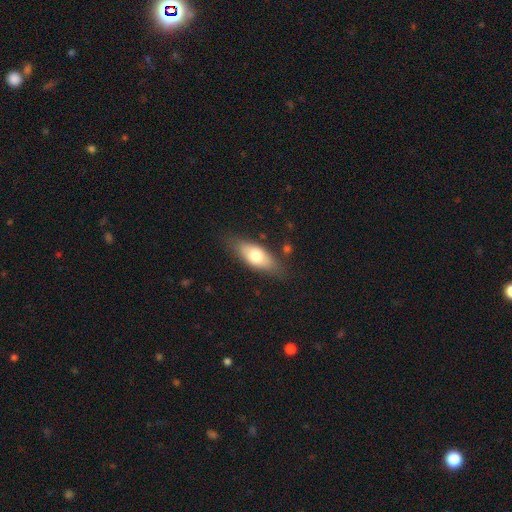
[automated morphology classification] A smooth galaxy with no disk features (69%) that is in between round and cigar-shaped (80%). Merging: none (77%).